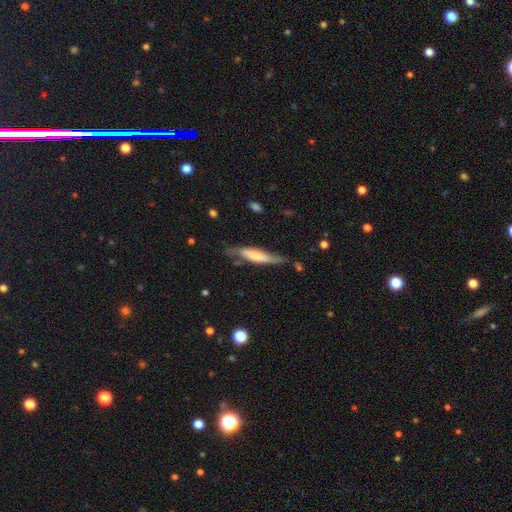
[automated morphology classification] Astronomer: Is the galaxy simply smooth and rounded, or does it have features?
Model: smooth — 53% (runner-up: featured or disk, 41%).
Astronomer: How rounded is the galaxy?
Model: cigar-shaped — 79%.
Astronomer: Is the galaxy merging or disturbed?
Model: none — 59%.